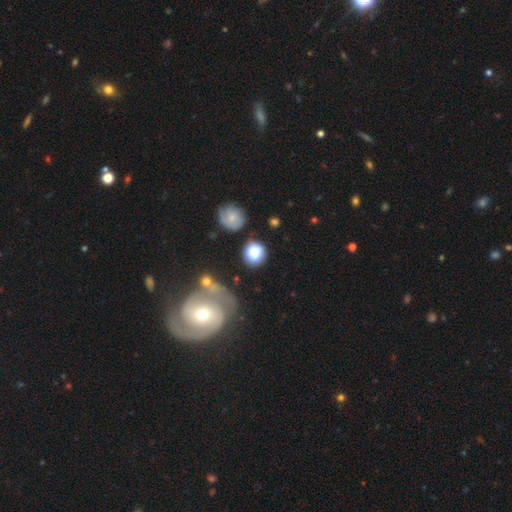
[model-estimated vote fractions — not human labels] smooth 77%, featured or disk 14%, star or artifact 9%. Down the decision tree: how rounded — round (79%); merging — none (64%).